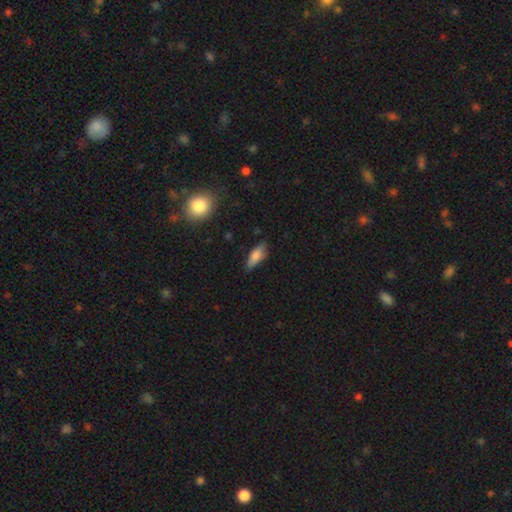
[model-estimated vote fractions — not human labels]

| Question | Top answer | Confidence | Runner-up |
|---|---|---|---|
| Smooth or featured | smooth | 76% | featured or disk (17%) |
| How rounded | in between | 65% | cigar-shaped (32%) |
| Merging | none | 76% | minor disturbance (19%) |